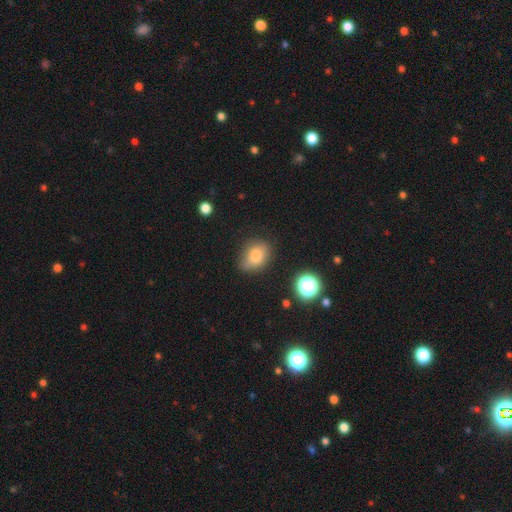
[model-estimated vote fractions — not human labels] A smooth galaxy with no disk features (79%) that is in between round and cigar-shaped (65%). Merging: none (67%).